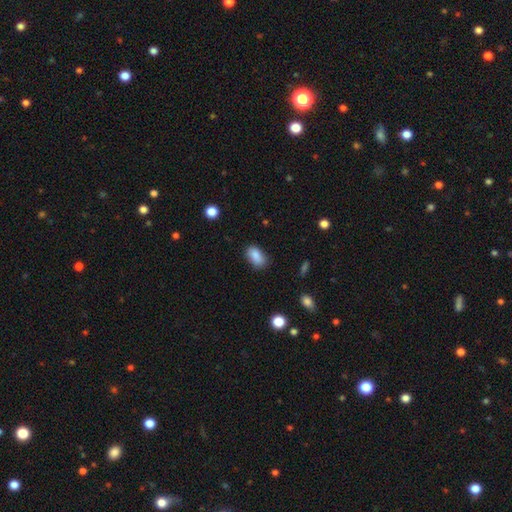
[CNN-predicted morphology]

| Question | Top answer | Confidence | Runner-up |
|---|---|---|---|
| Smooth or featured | smooth | 87% | star or artifact (8%) |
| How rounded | in between | 91% | round (6%) |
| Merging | none | 79% | minor disturbance (16%) |